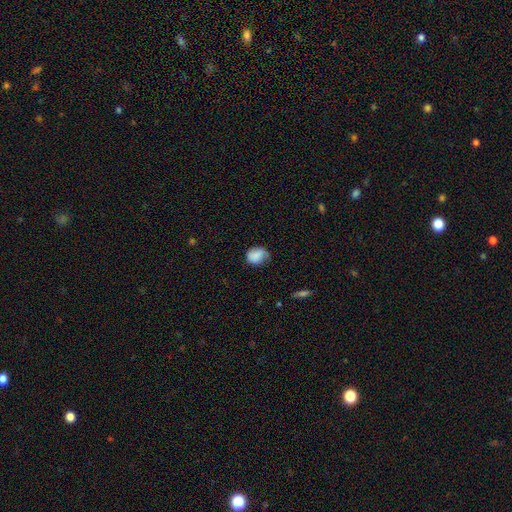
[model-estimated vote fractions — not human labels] This is clearly a smooth galaxy (80%). How rounded: possibly in between (52%). Merging: possibly none (50%).